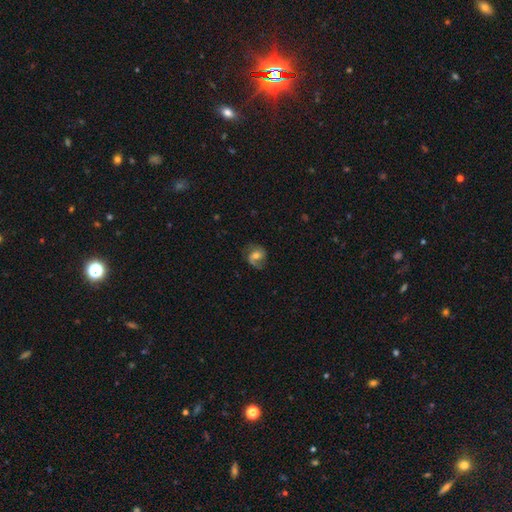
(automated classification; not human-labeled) Smooth or featured? Predicted: featured or disk (p=0.58). Edge-on disk? Predicted: no (p=0.97). Bar? Predicted: weak (p=0.43). Spiral arms? Predicted: yes (p=0.86). Bulge size? Predicted: moderate (p=0.61). Merging? Predicted: none (p=0.67).